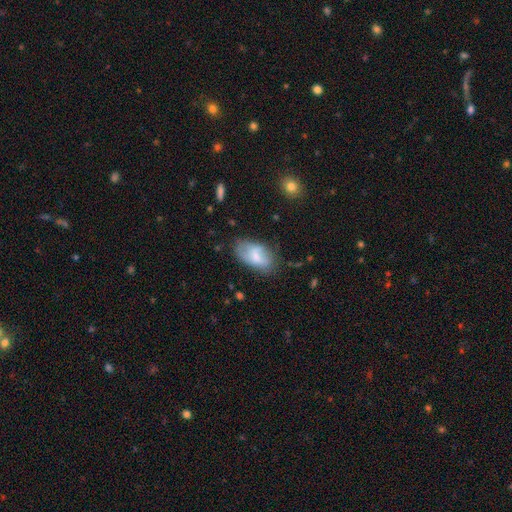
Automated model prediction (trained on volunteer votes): smooth_or_featured: smooth (p=0.66) [alt: featured or disk p=0.27]
how_rounded: in between (p=0.93) [alt: round p=0.04]
merging: none (p=0.59) [alt: minor disturbance p=0.28]